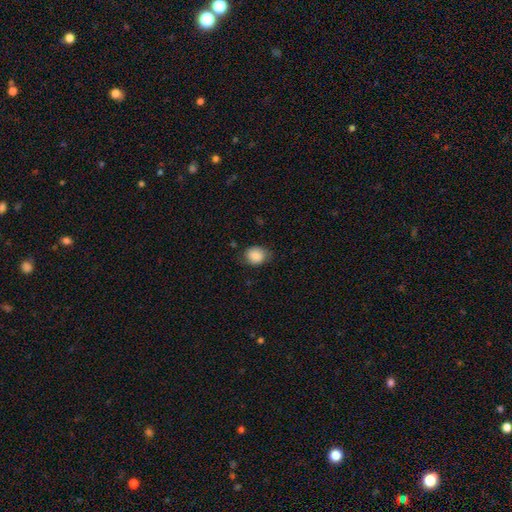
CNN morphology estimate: smooth 86%, star or artifact 8%, featured or disk 7%. Down the decision tree: how rounded — round (55%); merging — none (70%).